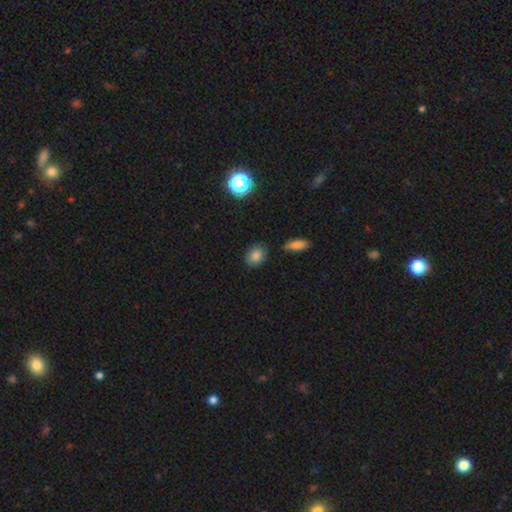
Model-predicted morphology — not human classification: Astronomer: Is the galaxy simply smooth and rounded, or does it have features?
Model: smooth — 83%.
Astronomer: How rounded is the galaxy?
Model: in between — 52% (runner-up: round, 46%).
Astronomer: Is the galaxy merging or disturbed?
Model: none — 82%.